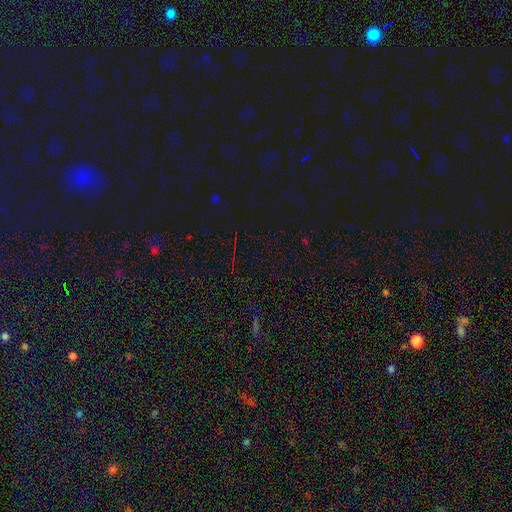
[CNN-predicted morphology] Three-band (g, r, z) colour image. It shows a star or artifact, not a galaxy (78%).